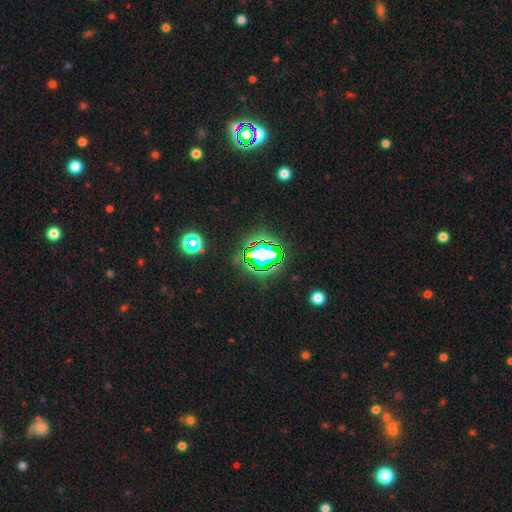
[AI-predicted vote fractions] This appears to be a star or artifact, not a galaxy (77%).